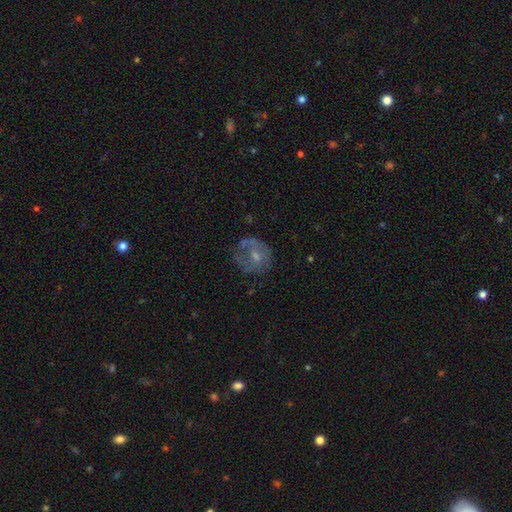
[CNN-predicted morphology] featured or disk 48%, smooth 42%, star or artifact 10%. Down the decision tree: merging — none (47%).